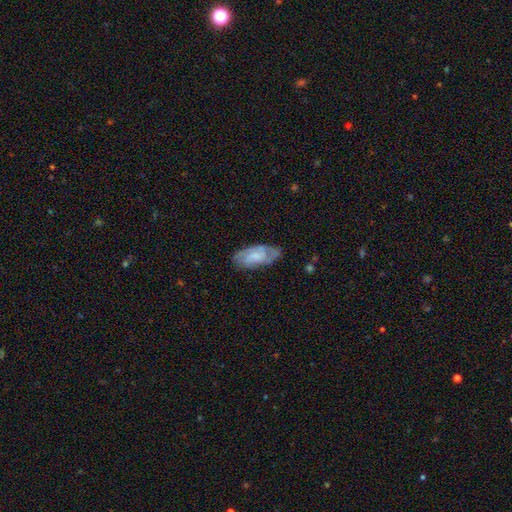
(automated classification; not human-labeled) Q: Smooth or featured?
A: featured or disk (55%); runner-up: smooth (38%)
Q: Edge-on disk?
A: no (92%); runner-up: yes (8%)
Q: Bar?
A: no (61%); runner-up: weak (33%)
Q: Spiral arms?
A: yes (82%); runner-up: no (18%)
Q: Bulge size?
A: small (38%); runner-up: moderate (27%)
Q: Merging?
A: none (70%); runner-up: minor disturbance (22%)